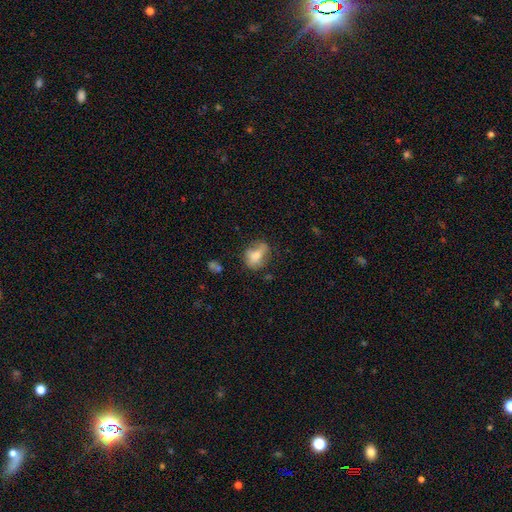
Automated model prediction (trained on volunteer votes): Smooth or featured? Predicted: smooth (p=0.62). How rounded? Predicted: in between (p=0.67). Merging? Predicted: none (p=0.49).